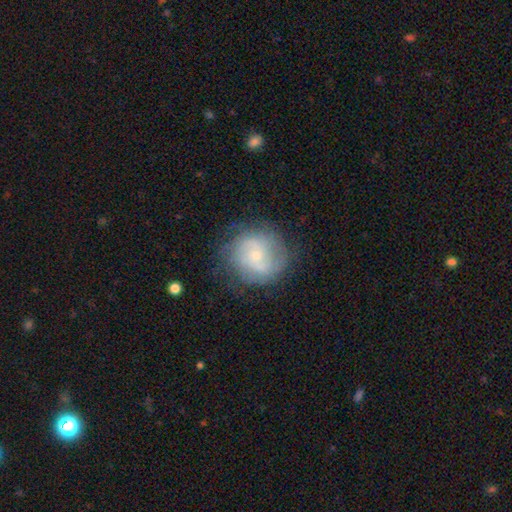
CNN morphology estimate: This is likely a featured or disk galaxy (67%). It is clearly not viewed edge-on (98%). Bar: likely no (64%). Spiral arm pattern: clearly yes (87%). Spiral arm count: marginally 2 (44%). Spiral winding: marginally tight (45%). Central bulge: likely small (71%). Merging: likely none (75%).